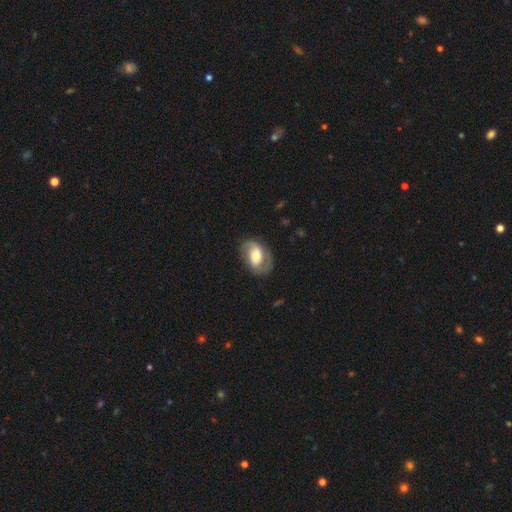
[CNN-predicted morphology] Smooth or featured: featured or disk — 66% (smooth — 28%)
Edge-on disk: no — 96% (yes — 4%)
Bar: no — 45% (weak — 35%)
Spiral arms: yes — 77% (no — 23%)
Bulge size: moderate — 65% (small — 17%)
Merging: none — 72% (minor disturbance — 18%)